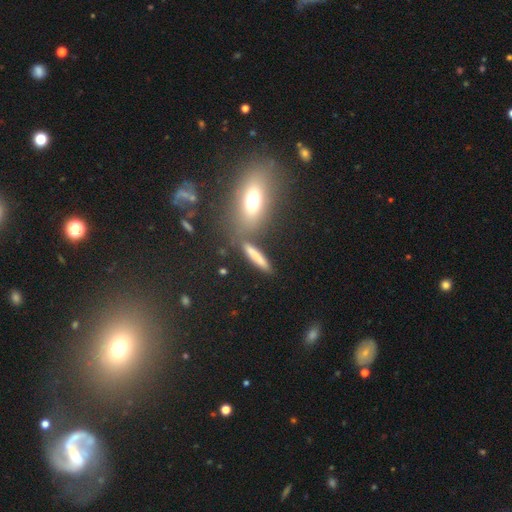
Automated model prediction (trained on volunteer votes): smooth 72%, featured or disk 19%, star or artifact 10%. Down the decision tree: how rounded — cigar-shaped (83%); merging — none (75%).